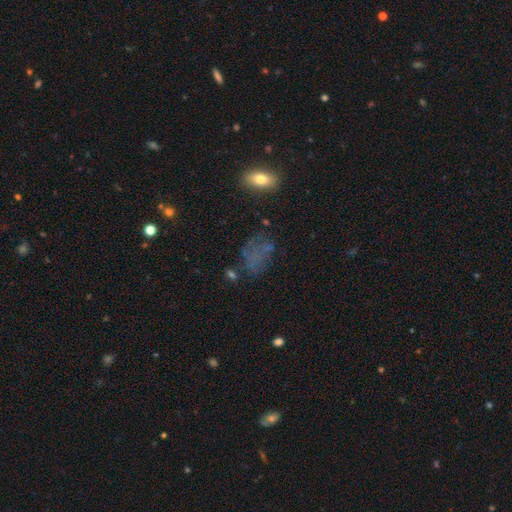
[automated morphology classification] smooth_or_featured: smooth (p=0.48) [alt: featured or disk p=0.29]
merging: none (p=0.49) [alt: major disturbance p=0.23]